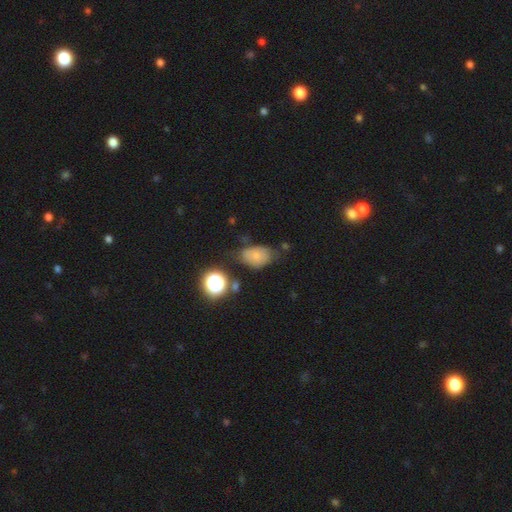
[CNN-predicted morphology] Smooth or featured? Predicted: smooth (p=0.73). How rounded? Predicted: in between (p=0.80). Merging? Predicted: none (p=0.52).